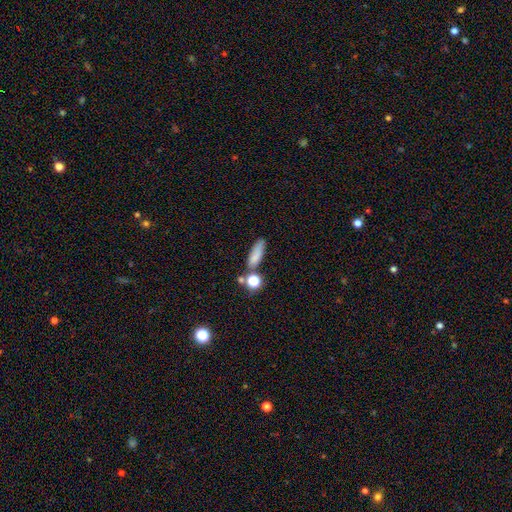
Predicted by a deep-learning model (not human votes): Morphology: type=smooth (76%); roundness=cigar-shaped (46%); merging=none (60%).